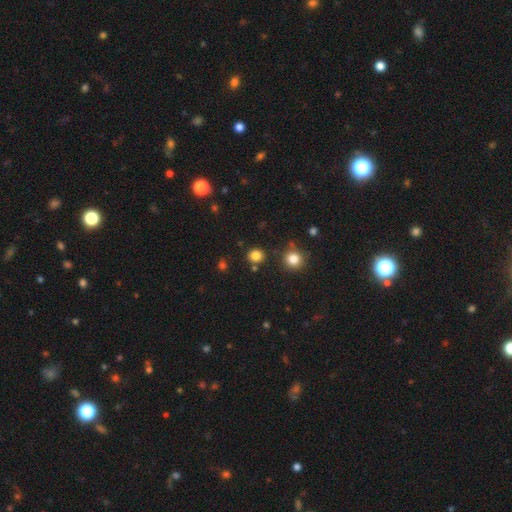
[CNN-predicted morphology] Smooth or featured: smooth — 83% (star or artifact — 13%)
How rounded: round — 87% (in between — 12%)
Merging: none — 86% (minor disturbance — 7%)